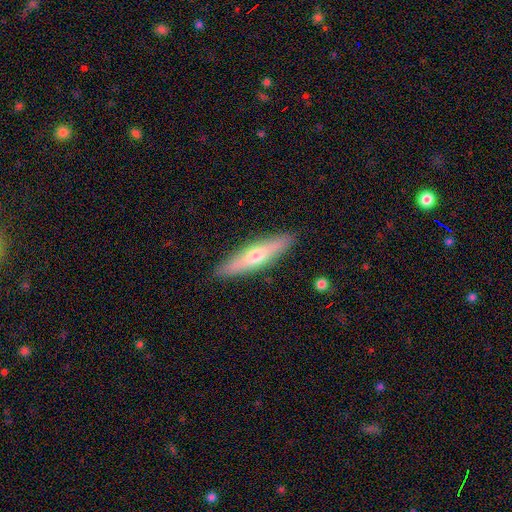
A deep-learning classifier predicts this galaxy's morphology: This appears to be a smooth galaxy with no disk features (49%). Merging: none (89%).